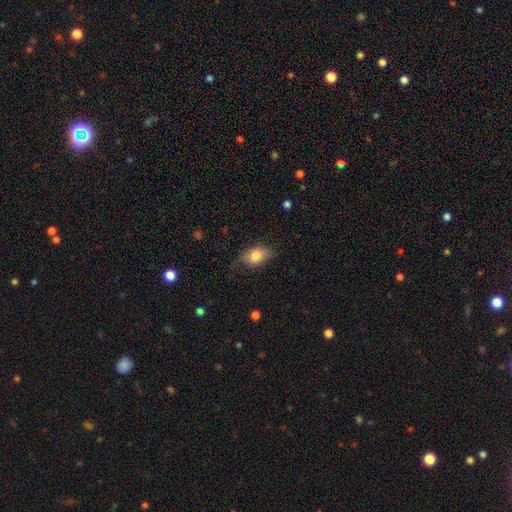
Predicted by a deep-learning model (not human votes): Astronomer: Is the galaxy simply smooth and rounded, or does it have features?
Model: smooth — 82%.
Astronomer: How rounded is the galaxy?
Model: in between — 83%.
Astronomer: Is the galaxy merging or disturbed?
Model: none — 68%.